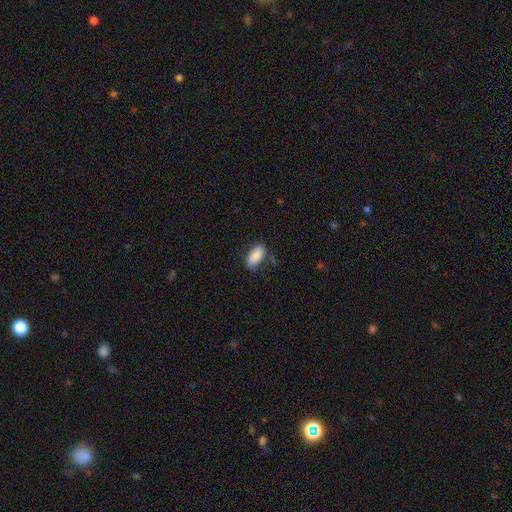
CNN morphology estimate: Smooth or featured? smooth (86%)
How rounded? in between (88%)
Merging? none (77%)